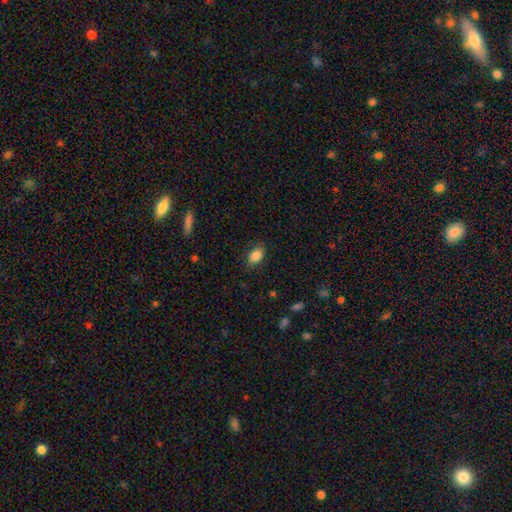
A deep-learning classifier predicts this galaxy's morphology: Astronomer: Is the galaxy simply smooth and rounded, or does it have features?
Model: smooth — 85%.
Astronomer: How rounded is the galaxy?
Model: in between — 88%.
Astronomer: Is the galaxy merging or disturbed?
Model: none — 84%.